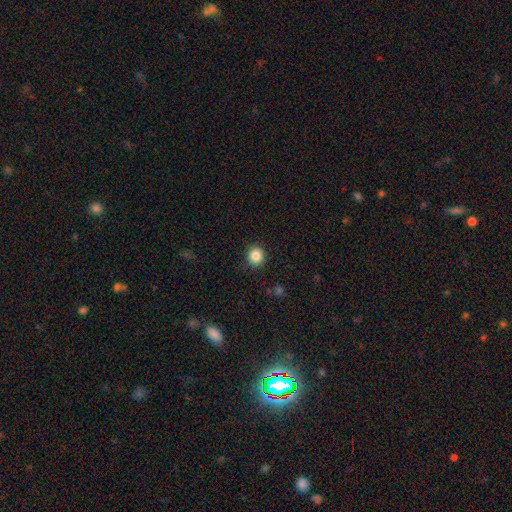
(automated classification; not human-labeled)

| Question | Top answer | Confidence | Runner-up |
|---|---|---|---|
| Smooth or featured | smooth | 85% | star or artifact (10%) |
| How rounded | round | 89% | in between (10%) |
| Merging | none | 90% | minor disturbance (7%) |